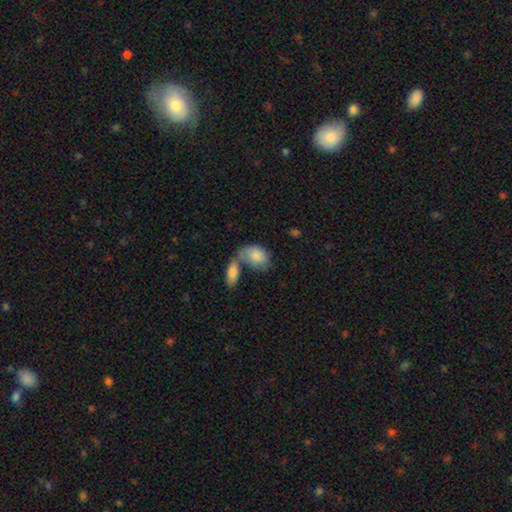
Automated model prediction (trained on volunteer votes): A smooth galaxy with no disk features (82%) that is in between round and cigar-shaped (85%).

Vote fractions:
- Smooth or featured? smooth: 82% / featured or disk: 13% / star or artifact: 5%
- How rounded? in between: 85% / round: 13% / cigar-shaped: 2%
- Merging? merger: 51% / none: 28% / minor disturbance: 14% / major disturbance: 8%